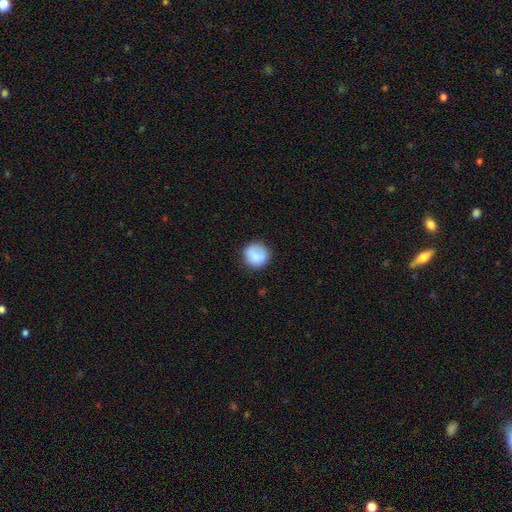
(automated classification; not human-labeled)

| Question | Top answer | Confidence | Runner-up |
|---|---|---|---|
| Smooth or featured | smooth | 80% | featured or disk (12%) |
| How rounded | round | 91% | in between (8%) |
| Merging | none | 78% | minor disturbance (16%) |